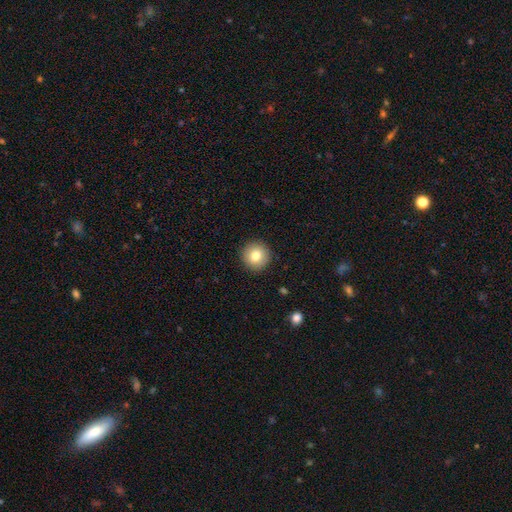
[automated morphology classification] This appears to be a smooth galaxy with no disk features (80%) that is round (95%). Merging: none (92%).